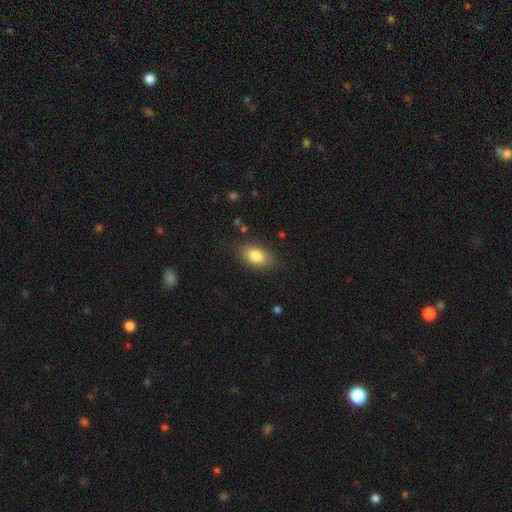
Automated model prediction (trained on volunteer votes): This is clearly a smooth galaxy (82%). How rounded: clearly in between (88%). Merging: clearly none (82%).